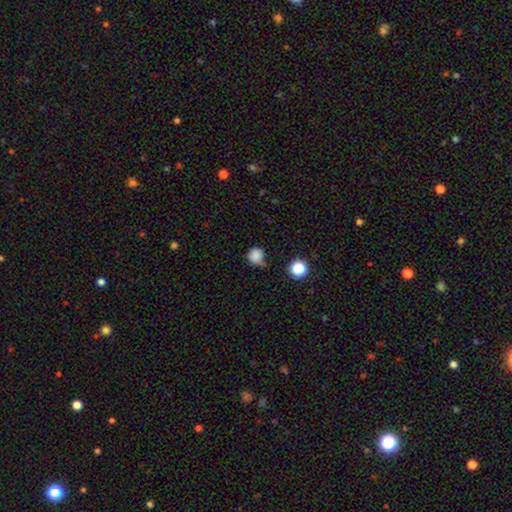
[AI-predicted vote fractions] The model was most divided on "merging": none: 54%, minor disturbance: 30%, major disturbance: 9%, merger: 7%. More confident: how rounded — round (89%); smooth or featured — smooth (83%).